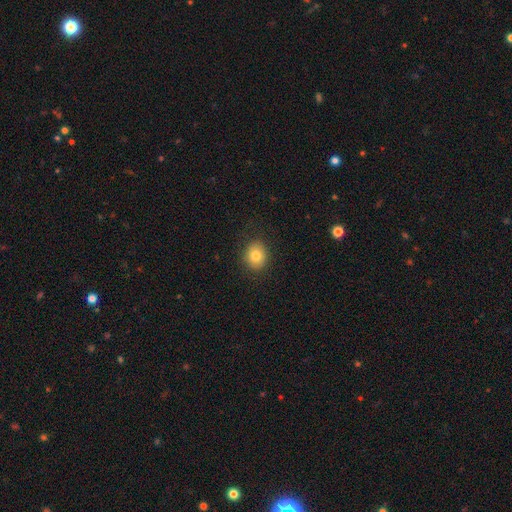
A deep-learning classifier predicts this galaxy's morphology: A smooth galaxy with no disk features (80%) that is round (71%). Merging: none (87%).